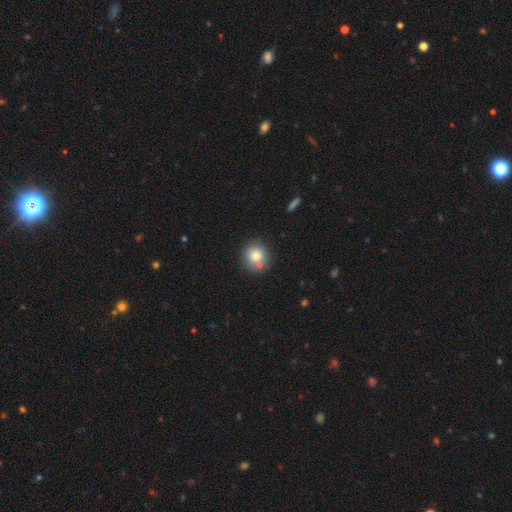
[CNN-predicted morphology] smooth 78%, featured or disk 12%, star or artifact 10%. Down the decision tree: how rounded — round (89%); merging — none (68%).